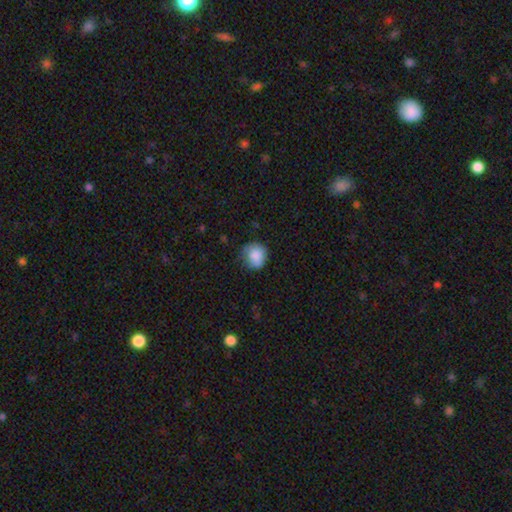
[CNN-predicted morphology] This is clearly a smooth galaxy (85%). How rounded: clearly round (82%). Merging: likely none (62%).